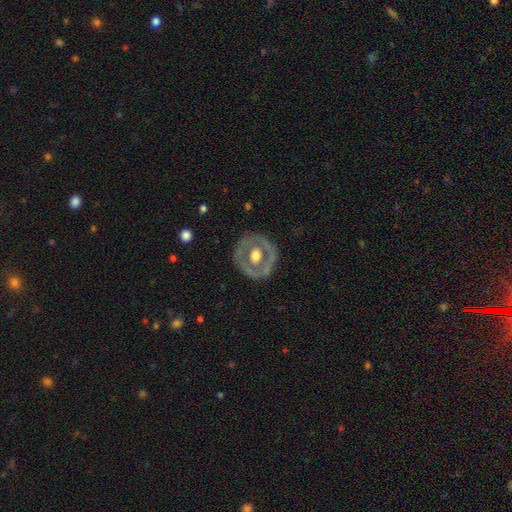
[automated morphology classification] smooth_or_featured: featured or disk (p=0.61) [alt: smooth p=0.34]
disk_edge_on: no (p=0.94) [alt: yes p=0.06]
bar: no (p=0.81) [alt: weak p=0.14]
has_spiral_arms: no (p=0.89) [alt: yes p=0.11]
bulge_size: moderate (p=0.60) [alt: large p=0.32]
merging: none (p=0.78) [alt: minor disturbance p=0.14]